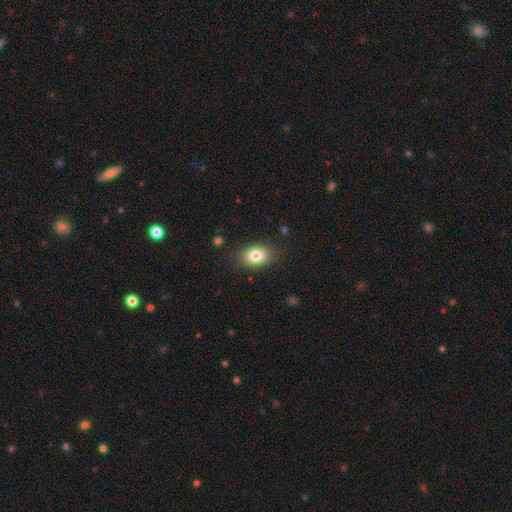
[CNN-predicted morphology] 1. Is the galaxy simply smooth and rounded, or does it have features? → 82% smooth, 10% featured or disk, 8% star or artifact.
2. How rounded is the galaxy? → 80% in between, 18% round, 1% cigar-shaped.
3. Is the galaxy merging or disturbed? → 83% none, 12% minor disturbance, 3% major disturbance, 1% merger.